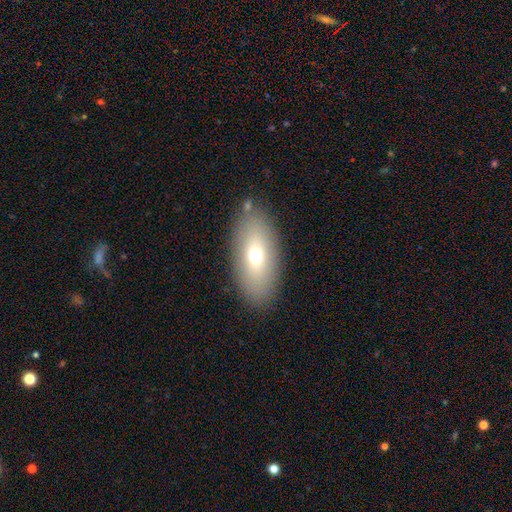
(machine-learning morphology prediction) Q: Smooth or featured?
A: smooth (66%); runner-up: featured or disk (25%)
Q: How rounded?
A: in between (88%); runner-up: cigar-shaped (8%)
Q: Merging?
A: none (84%); runner-up: minor disturbance (10%)